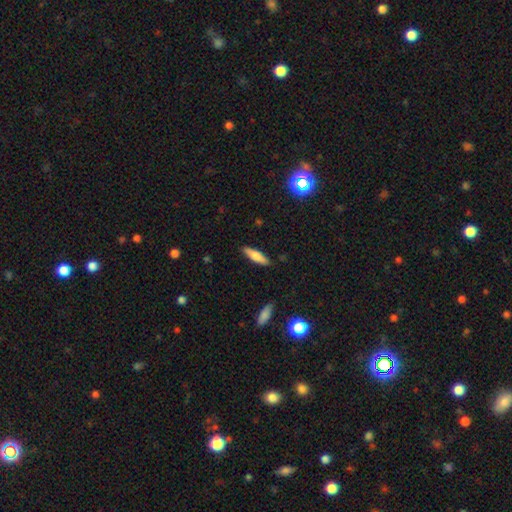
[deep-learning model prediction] smooth_or_featured: smooth (p=0.71) [alt: featured or disk p=0.22]
how_rounded: cigar-shaped (p=0.61) [alt: in between p=0.37]
merging: none (p=0.87) [alt: minor disturbance p=0.10]